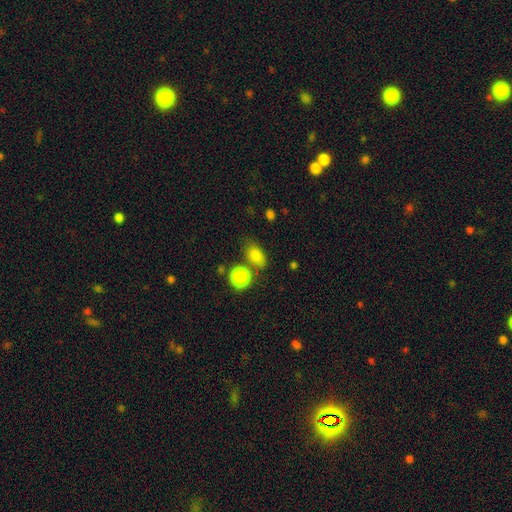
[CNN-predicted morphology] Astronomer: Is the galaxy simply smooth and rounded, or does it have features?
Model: smooth — 80%.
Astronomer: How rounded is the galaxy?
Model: in between — 80%.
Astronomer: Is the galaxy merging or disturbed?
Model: none — 69%.